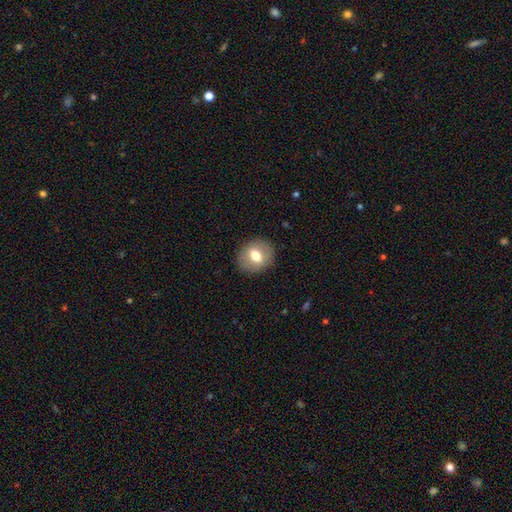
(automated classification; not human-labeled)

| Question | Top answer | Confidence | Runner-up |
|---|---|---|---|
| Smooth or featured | smooth | 66% | featured or disk (26%) |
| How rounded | round | 62% | in between (36%) |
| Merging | none | 88% | minor disturbance (8%) |